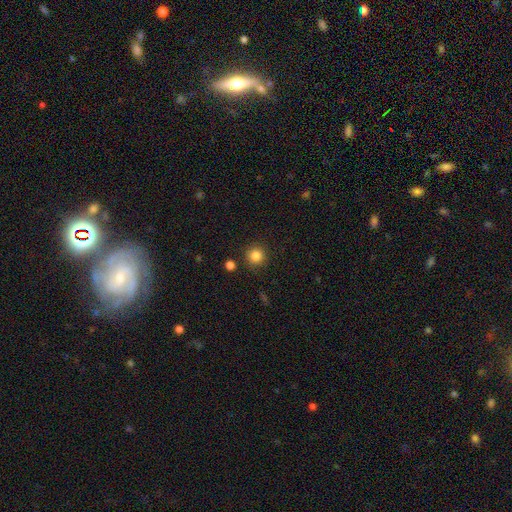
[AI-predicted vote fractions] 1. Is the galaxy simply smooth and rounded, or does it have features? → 84% smooth, 11% star or artifact, 4% featured or disk.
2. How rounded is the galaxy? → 94% round, 5% in between, 1% cigar-shaped.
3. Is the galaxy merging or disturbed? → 88% none, 7% minor disturbance, 3% merger, 2% major disturbance.